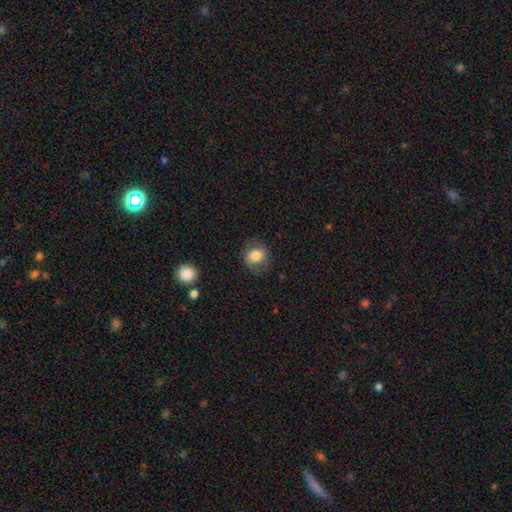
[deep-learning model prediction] This is likely a smooth galaxy (76%). How rounded: likely round (70%). Merging: likely none (75%).